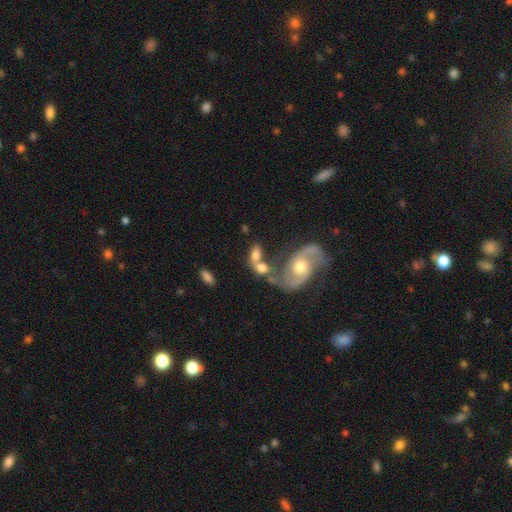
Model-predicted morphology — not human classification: This appears to be a smooth galaxy with no disk features (51%) that is in between round and cigar-shaped (82%). Merging: merger (48%).